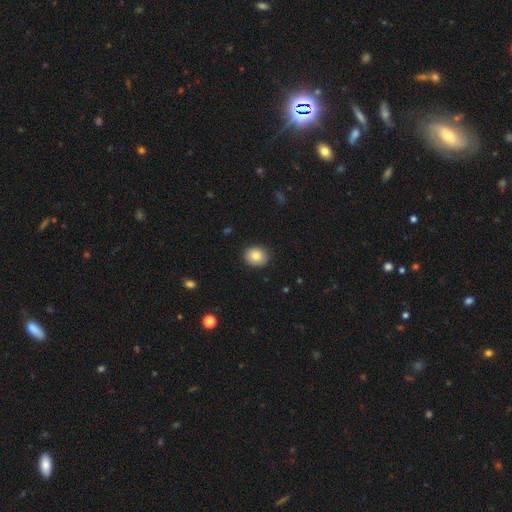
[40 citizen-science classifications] smooth_or_featured: smooth (p=0.93) [alt: featured or disk p=0.07]
how_rounded: round (p=0.70) [alt: in between p=0.30]
merging: none (p=0.95) [alt: minor disturbance p=0.05]